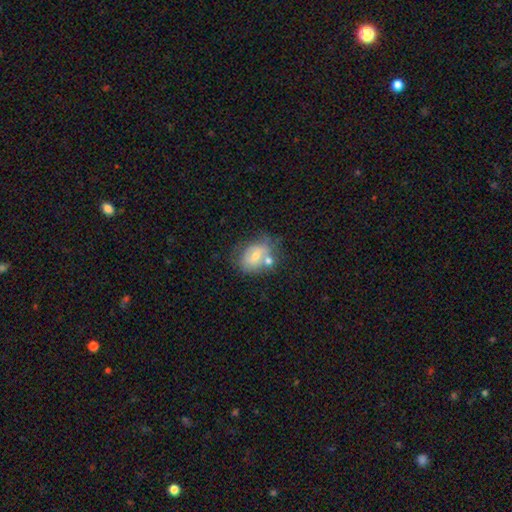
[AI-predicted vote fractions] Overall: smooth (55%; featured or disk 36%). How rounded: in between (60%; round 38%). Merging: none (40%; merger 27%).